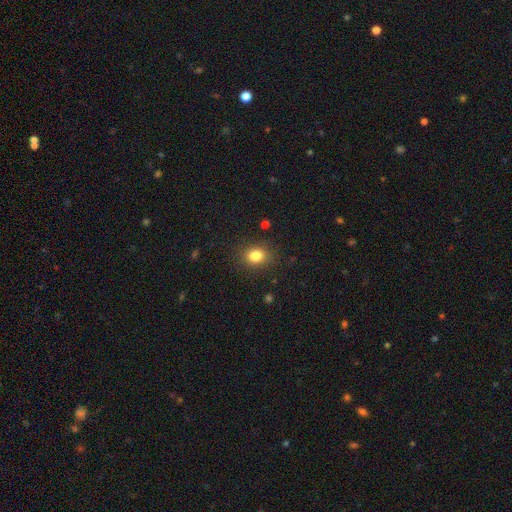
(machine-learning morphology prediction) Overall: smooth (83%). How rounded: round (55%; in between 44%). Merging: none (85%).